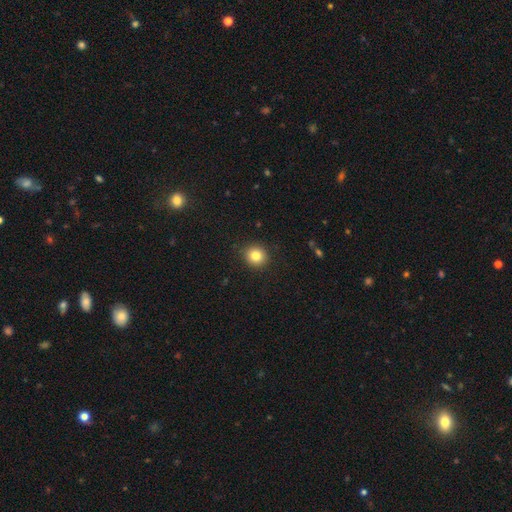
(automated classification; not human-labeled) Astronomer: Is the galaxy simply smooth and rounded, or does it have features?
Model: smooth — 83%.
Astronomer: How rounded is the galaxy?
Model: round — 89%.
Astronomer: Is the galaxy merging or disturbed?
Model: none — 91%.